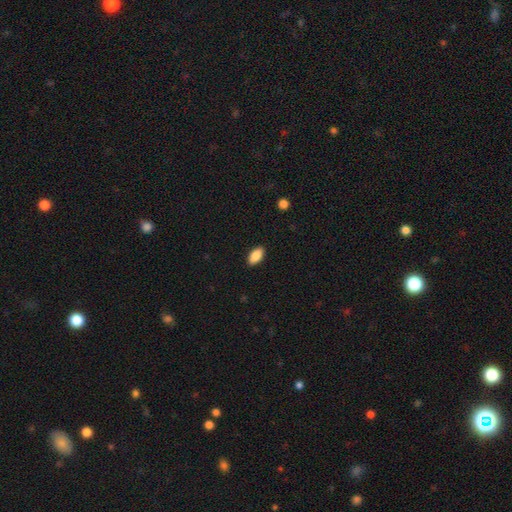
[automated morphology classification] This appears to be a smooth galaxy with no disk features (87%) that is in between round and cigar-shaped (92%). Merging: none (89%).